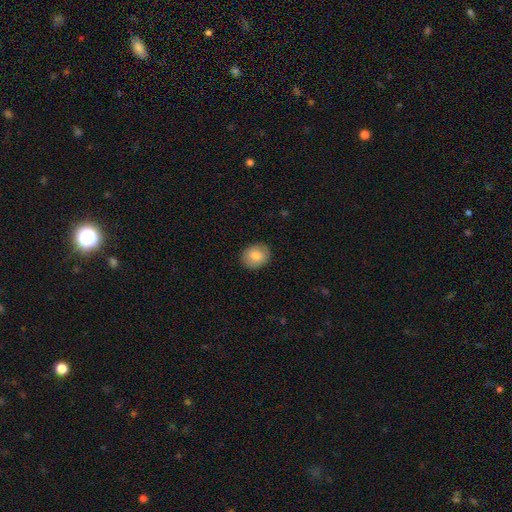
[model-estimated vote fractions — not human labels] Smooth or featured: smooth — 81% (featured or disk — 12%)
How rounded: round — 57% (in between — 43%)
Merging: none — 90% (minor disturbance — 8%)